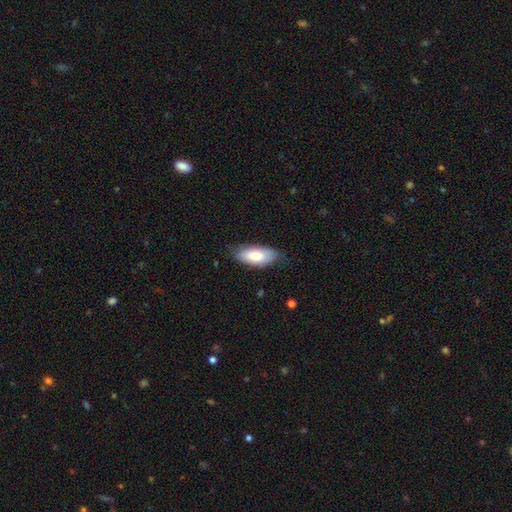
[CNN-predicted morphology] A smooth galaxy with no disk features (80%) that is in between round and cigar-shaped (86%).

Vote fractions:
- Smooth or featured? smooth: 80% / featured or disk: 14% / star or artifact: 6%
- How rounded? in between: 86% / cigar-shaped: 12% / round: 2%
- Merging? none: 75% / minor disturbance: 20% / major disturbance: 4% / merger: 1%